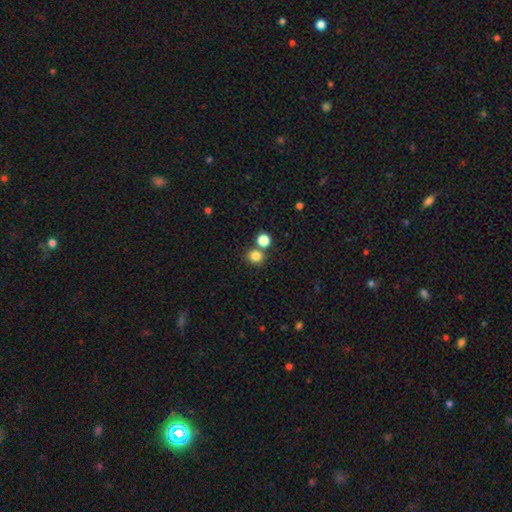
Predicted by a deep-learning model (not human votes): Smooth or featured: smooth — 81% (star or artifact — 13%)
How rounded: round — 82% (in between — 17%)
Merging: none — 67% (merger — 23%)